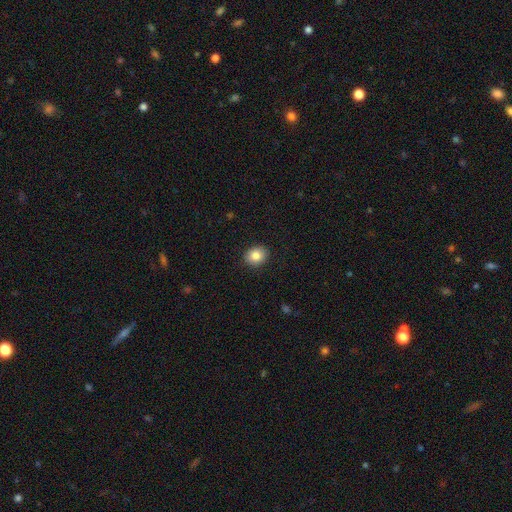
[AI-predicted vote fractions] Overall: smooth (84%). How rounded: round (56%; in between 43%). Merging: none (90%).